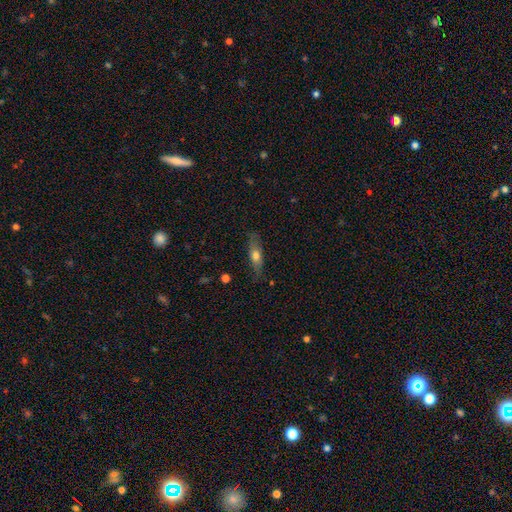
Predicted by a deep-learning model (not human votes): Morphology: type=smooth (60%); roundness=cigar-shaped (51%); merging=none (75%).